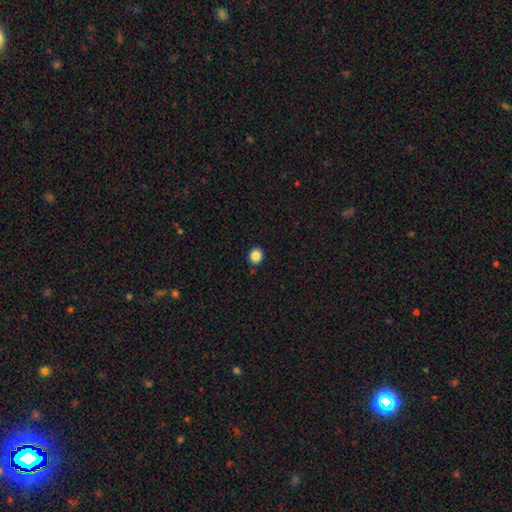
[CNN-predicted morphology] smooth_or_featured: smooth (p=0.86) [alt: star or artifact p=0.10]
how_rounded: round (p=0.82) [alt: in between p=0.17]
merging: none (p=0.91) [alt: minor disturbance p=0.06]